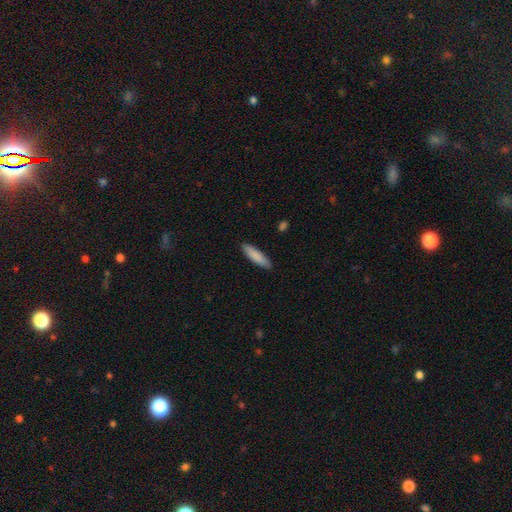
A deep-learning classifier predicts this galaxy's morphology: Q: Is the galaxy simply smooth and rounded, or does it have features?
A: smooth — 86%.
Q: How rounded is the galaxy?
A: cigar-shaped — 69%.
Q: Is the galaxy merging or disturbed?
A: none — 89%.